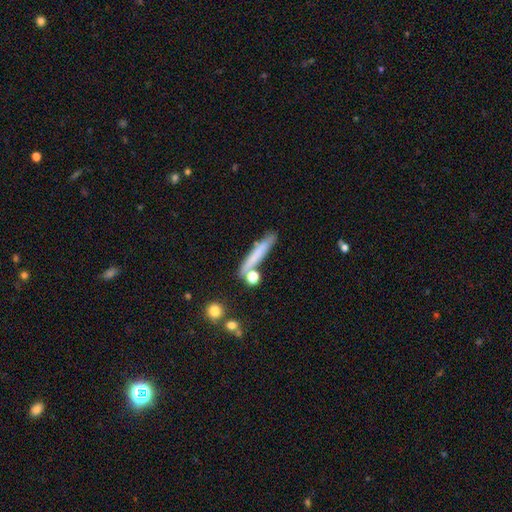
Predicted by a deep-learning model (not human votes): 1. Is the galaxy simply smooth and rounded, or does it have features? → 64% smooth, 26% featured or disk, 10% star or artifact.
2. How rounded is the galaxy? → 89% cigar-shaped, 7% in between, 4% round.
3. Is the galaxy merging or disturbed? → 72% none, 14% minor disturbance, 9% merger, 4% major disturbance.